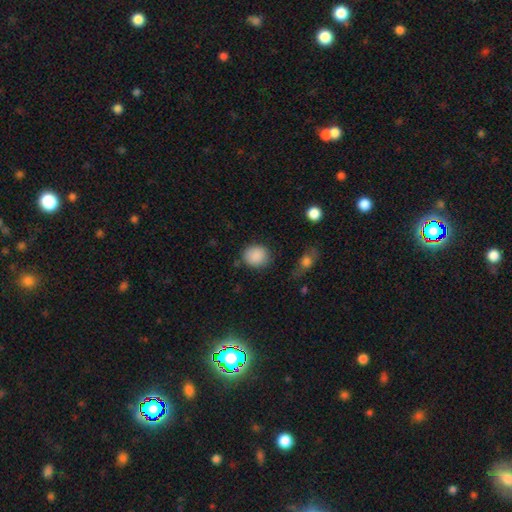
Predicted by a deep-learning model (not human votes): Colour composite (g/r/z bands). It shows a smooth galaxy with no disk features (88%) that is round (76%). Merging: none (81%).